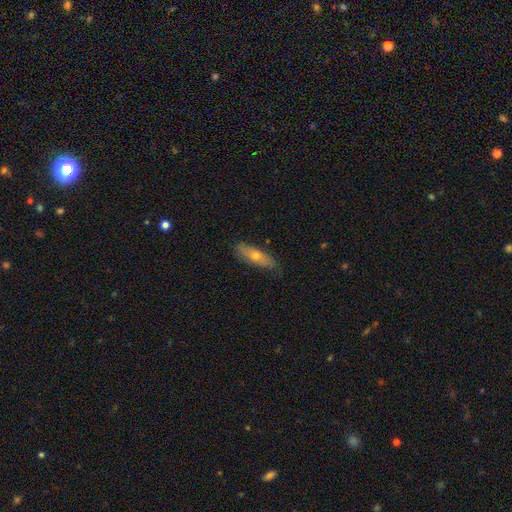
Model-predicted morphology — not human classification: The model was most divided on "how rounded": cigar-shaped: 54%, in between: 43%, round: 3%. More confident: merging — none (82%); smooth or featured — smooth (56%).